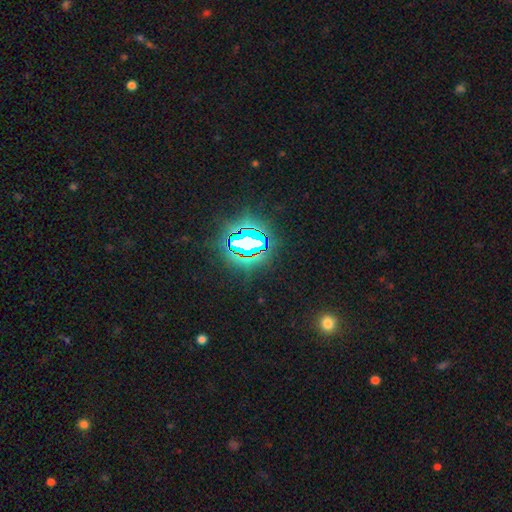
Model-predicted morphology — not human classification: Smooth or featured? Predicted: star or artifact (p=0.83).